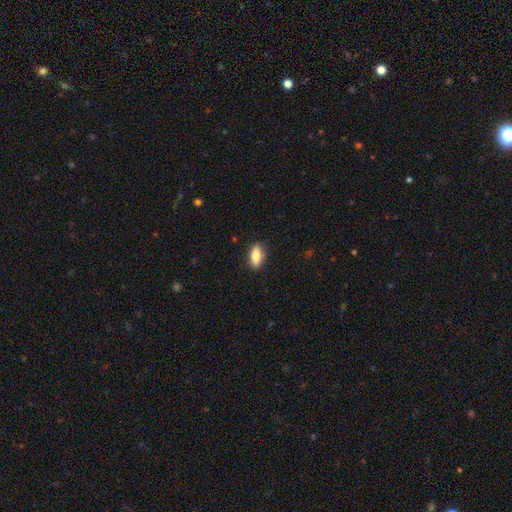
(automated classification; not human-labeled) Smooth or featured? smooth (78%)
How rounded? in between (81%)
Merging? none (88%)